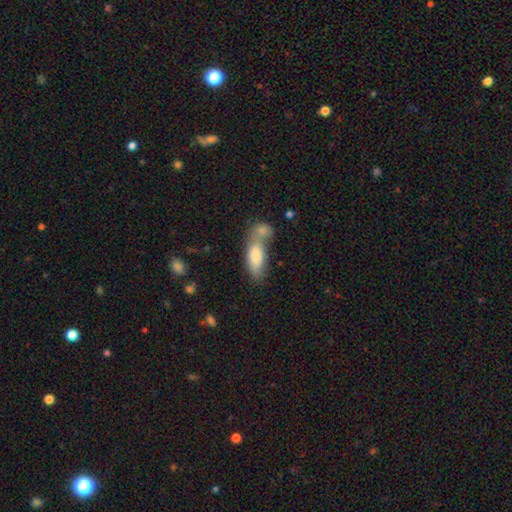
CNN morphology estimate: smooth-or-featured: smooth: 81% | featured or disk: 13% | star or artifact: 6%
  how-rounded: in between: 80% | cigar-shaped: 17% | round: 3%
  merging: merger: 47% | none: 35% | minor disturbance: 13% | major disturbance: 6%